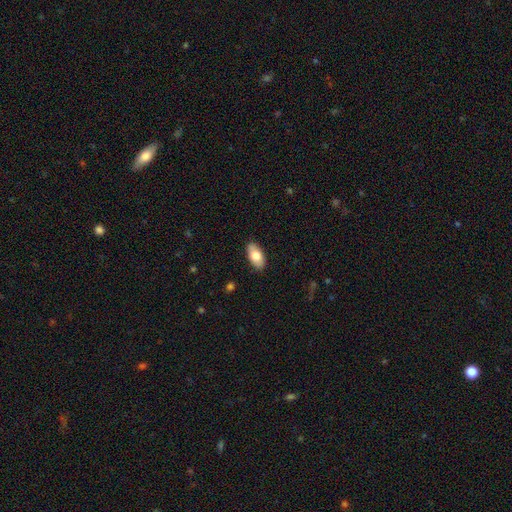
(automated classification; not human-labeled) Morphology: type=smooth (76%); roundness=in between (93%); merging=none (86%).